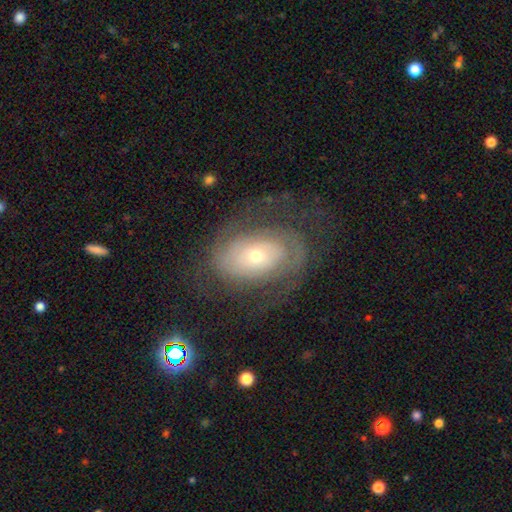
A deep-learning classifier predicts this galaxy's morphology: type=featured or disk (72%); edge-on=no (95%); bar=no (76%); spiral arms=yes (80%); winding=tight (55%); arm count=2 (49%); bulge=small (53%); merging=none (62%).